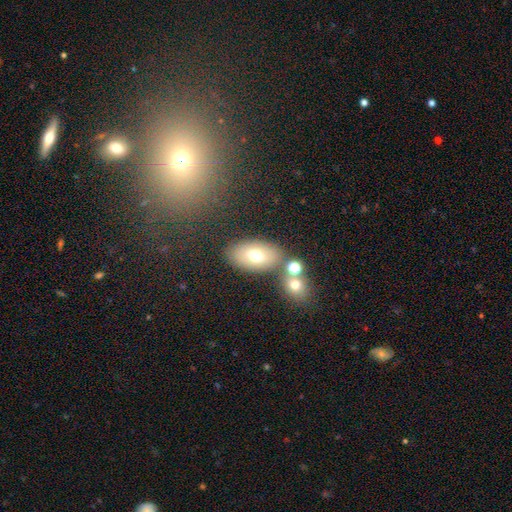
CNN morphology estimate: smooth 69%, featured or disk 20%, star or artifact 11%. Down the decision tree: how rounded — in between (88%); merging — none (72%).